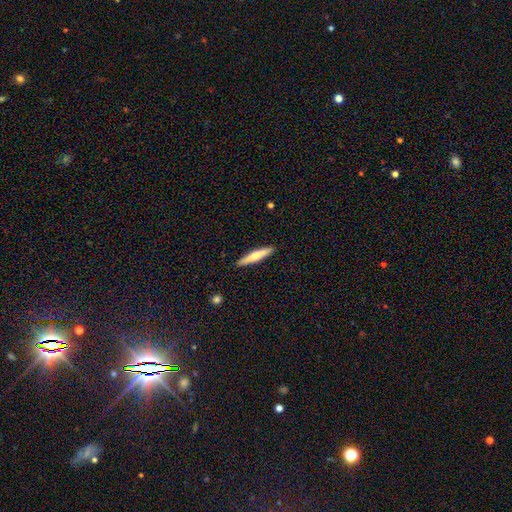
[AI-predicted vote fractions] Morphology: type=smooth (57%); roundness=cigar-shaped (92%); merging=none (91%).